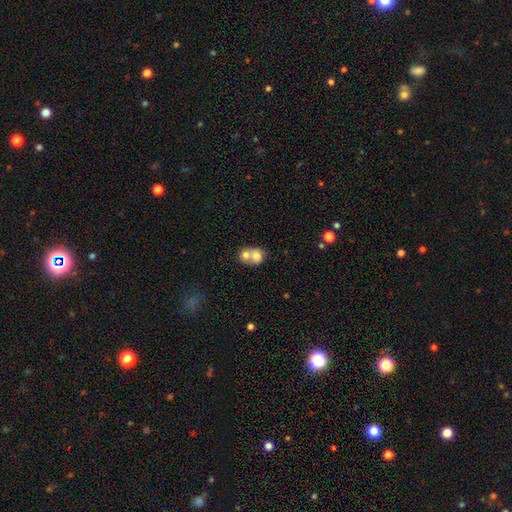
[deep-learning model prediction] Smooth or featured?
  - smooth: 71% *
  - featured or disk: 21%
  - star or artifact: 8%
How rounded?
  - round: 62% *
  - in between: 37%
  - cigar-shaped: 1%
Merging?
  - merger: 71% *
  - none: 21%
  - minor disturbance: 6%
  - major disturbance: 3%